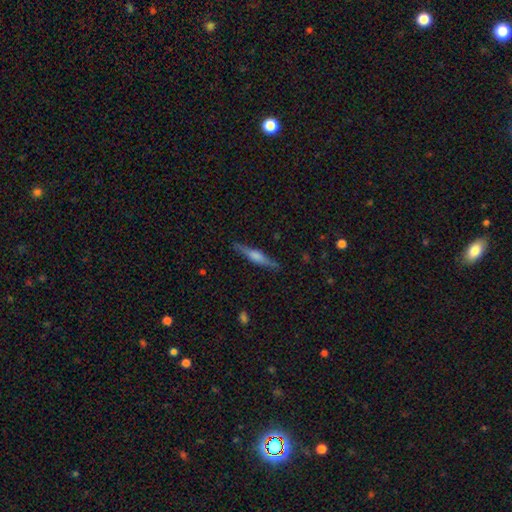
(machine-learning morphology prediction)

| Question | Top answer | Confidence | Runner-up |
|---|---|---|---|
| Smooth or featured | featured or disk | 65% | smooth (29%) |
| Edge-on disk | yes | 97% | no (3%) |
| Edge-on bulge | rounded | 67% | boxy (25%) |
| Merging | none | 89% | minor disturbance (8%) |